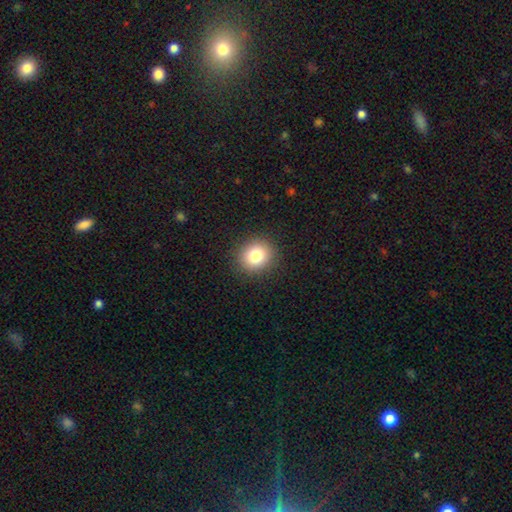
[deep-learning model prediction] Smooth or featured: smooth — 80% (star or artifact — 11%)
How rounded: round — 82% (in between — 17%)
Merging: none — 91% (minor disturbance — 6%)